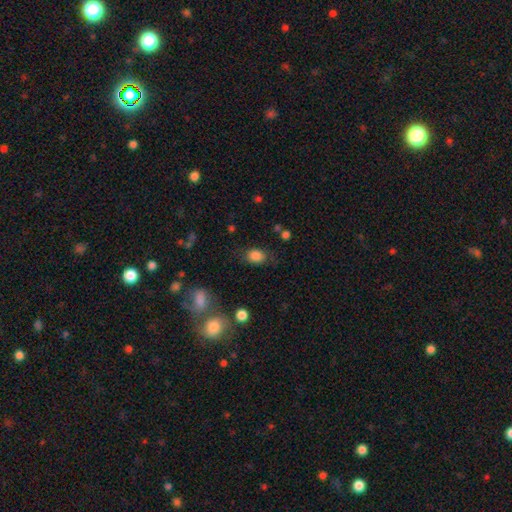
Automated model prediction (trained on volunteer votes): smooth_or_featured: smooth (p=0.84) [alt: star or artifact p=0.10]
how_rounded: in between (p=0.66) [alt: round p=0.33]
merging: none (p=0.75) [alt: minor disturbance p=0.16]